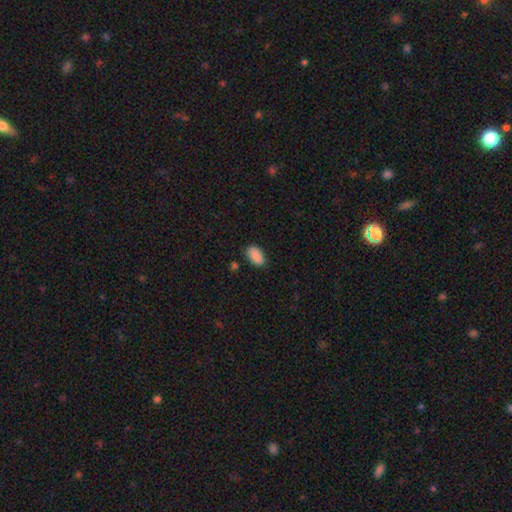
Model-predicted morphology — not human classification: Smooth or featured? Predicted: smooth (p=0.89). How rounded? Predicted: in between (p=0.94). Merging? Predicted: none (p=0.84).